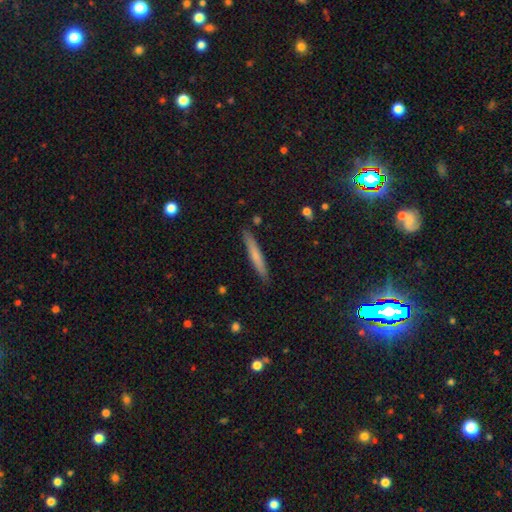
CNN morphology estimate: smooth-or-featured: smooth: 67% | featured or disk: 27% | star or artifact: 6%
  how-rounded: cigar-shaped: 95% | in between: 4% | round: 1%
  merging: none: 89% | minor disturbance: 8% | major disturbance: 1% | merger: 1%